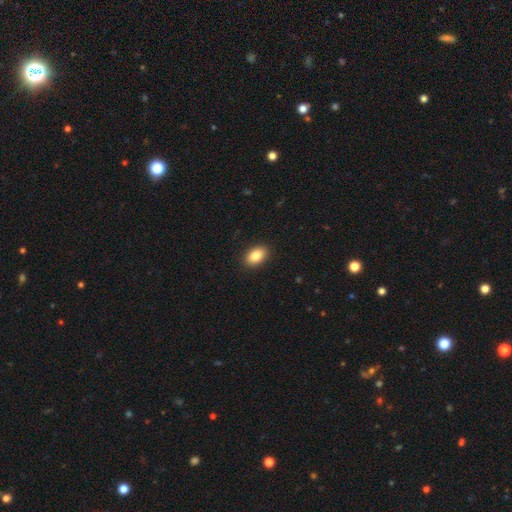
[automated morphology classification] A smooth galaxy with no disk features (86%) that is in between round and cigar-shaped (89%). Merging: none (90%).